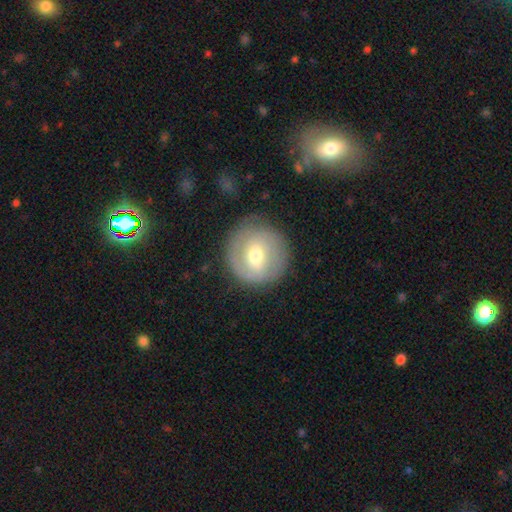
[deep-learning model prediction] This is possibly a featured or disk galaxy (50%). It is clearly not viewed edge-on (96%). Merging: likely none (79%).